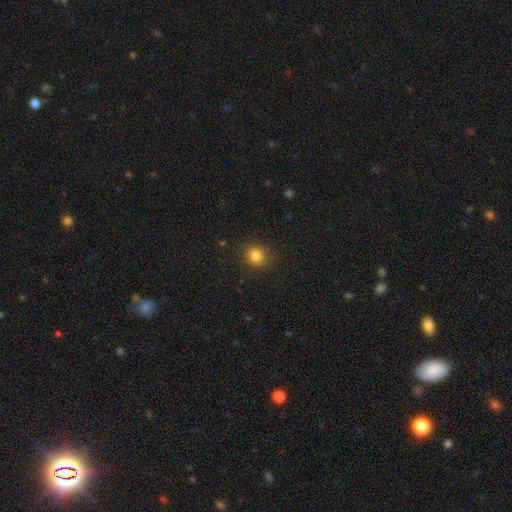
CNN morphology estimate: smooth 83%, star or artifact 12%, featured or disk 5%. Down the decision tree: how rounded — round (85%); merging — none (87%).